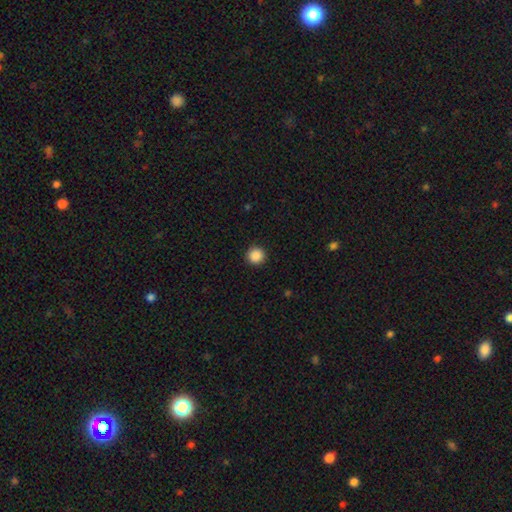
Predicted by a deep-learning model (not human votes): Smooth or featured: smooth — 88% (star or artifact — 9%)
How rounded: round — 96% (in between — 3%)
Merging: none — 93% (minor disturbance — 5%)